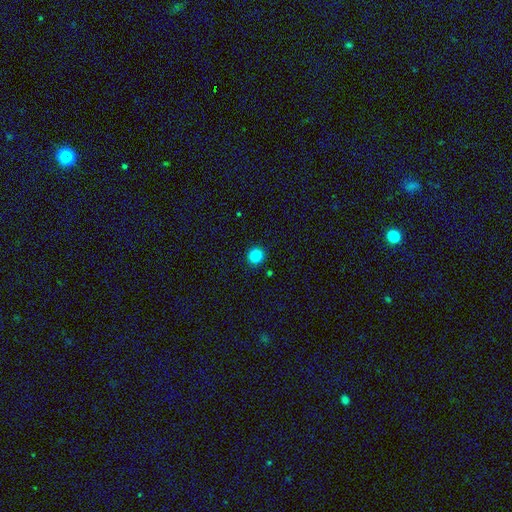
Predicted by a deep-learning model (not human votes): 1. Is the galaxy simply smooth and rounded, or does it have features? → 87% smooth, 11% star or artifact, 3% featured or disk.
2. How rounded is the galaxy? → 92% round, 7% in between, 1% cigar-shaped.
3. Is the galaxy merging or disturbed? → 91% none, 6% minor disturbance, 2% major disturbance, 1% merger.